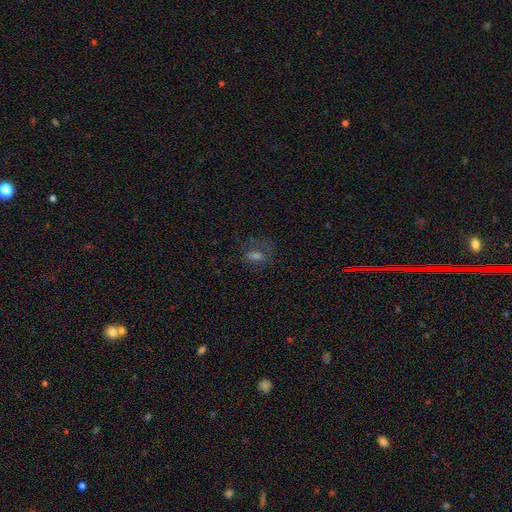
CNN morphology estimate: type=smooth (45%); merging=none (61%).